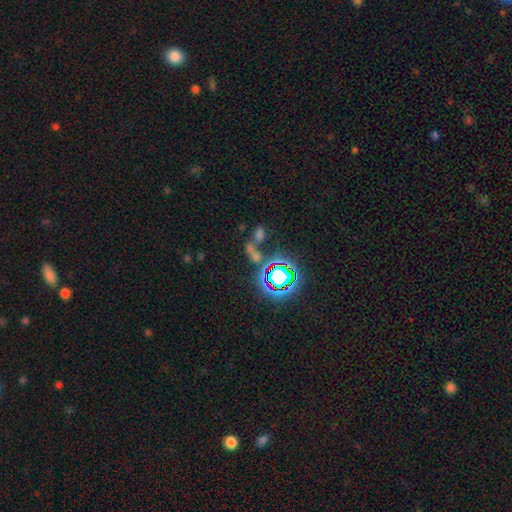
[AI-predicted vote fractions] Overall: star or artifact (60%; smooth 28%).